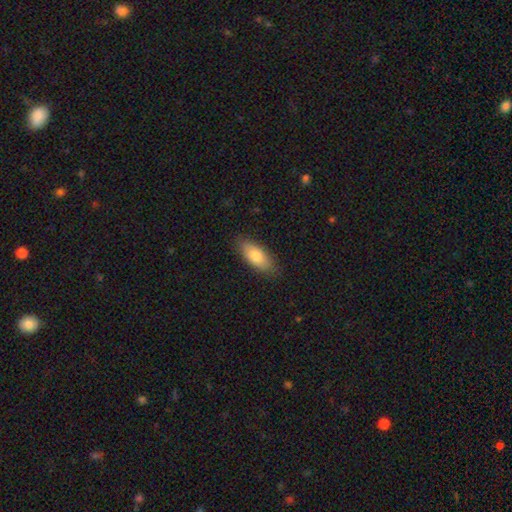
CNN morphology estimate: smooth-or-featured: smooth: 79% | featured or disk: 15% | star or artifact: 6%
  how-rounded: in between: 83% | cigar-shaped: 14% | round: 3%
  merging: none: 84% | minor disturbance: 12% | major disturbance: 3% | merger: 1%